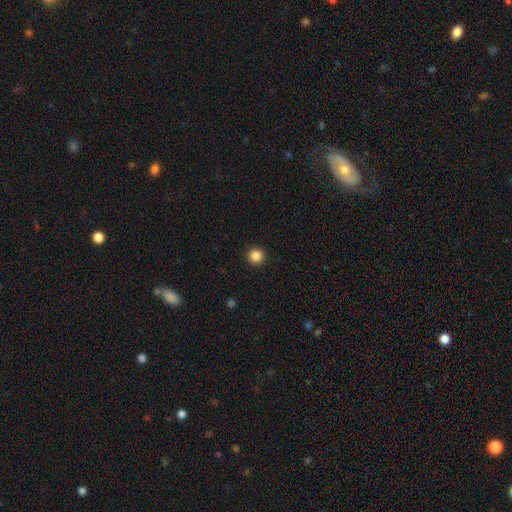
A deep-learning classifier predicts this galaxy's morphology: Smooth or featured?
  - smooth: 86% *
  - star or artifact: 11%
  - featured or disk: 3%
How rounded?
  - round: 95% *
  - in between: 4%
  - cigar-shaped: 1%
Merging?
  - none: 93% *
  - minor disturbance: 4%
  - major disturbance: 2%
  - merger: 1%